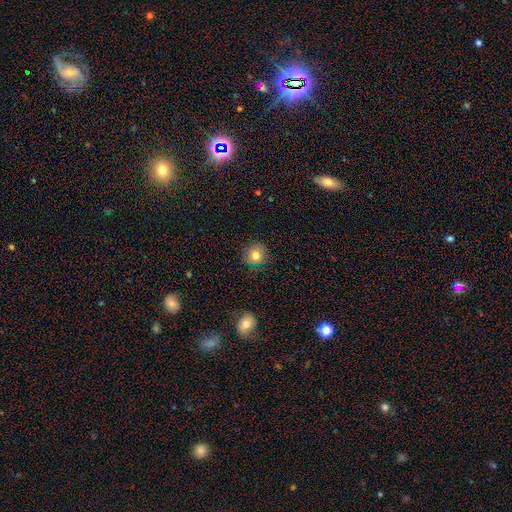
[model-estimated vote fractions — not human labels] smooth-or-featured: smooth: 78% | star or artifact: 11% | featured or disk: 11%
  how-rounded: round: 89% | in between: 10% | cigar-shaped: 1%
  merging: none: 86% | minor disturbance: 10% | major disturbance: 3% | merger: 1%